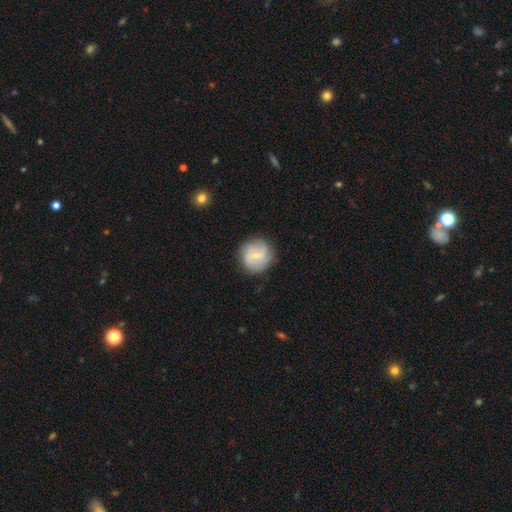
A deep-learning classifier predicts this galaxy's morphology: A featured or disk galaxy (51%). Merging: none (82%).